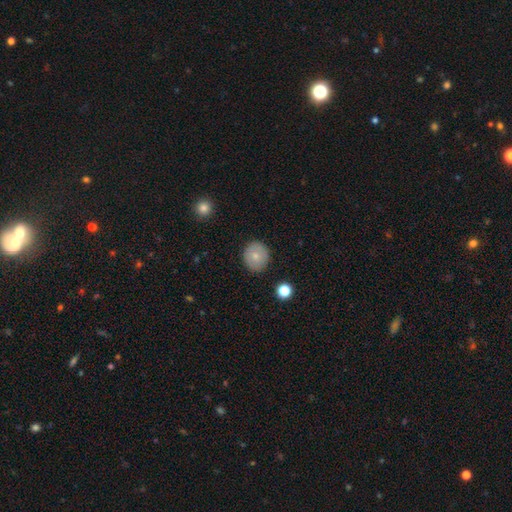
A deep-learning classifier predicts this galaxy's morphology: smooth-or-featured: smooth: 75% | featured or disk: 17% | star or artifact: 8%
  how-rounded: round: 83% | in between: 16% | cigar-shaped: 1%
  merging: none: 88% | minor disturbance: 9% | major disturbance: 2% | merger: 1%